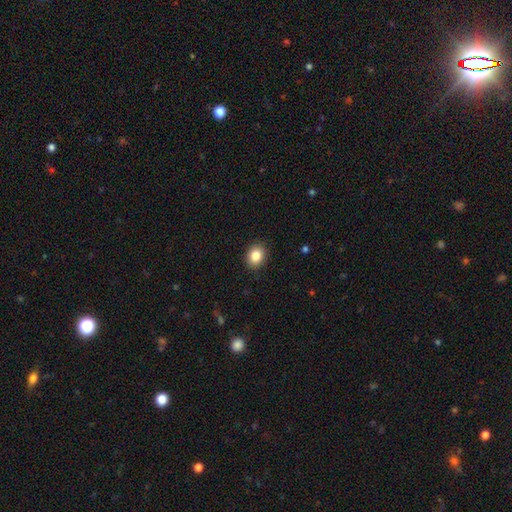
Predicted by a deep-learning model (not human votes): A smooth galaxy with no disk features (85%) that is round (56%). Merging: none (90%).